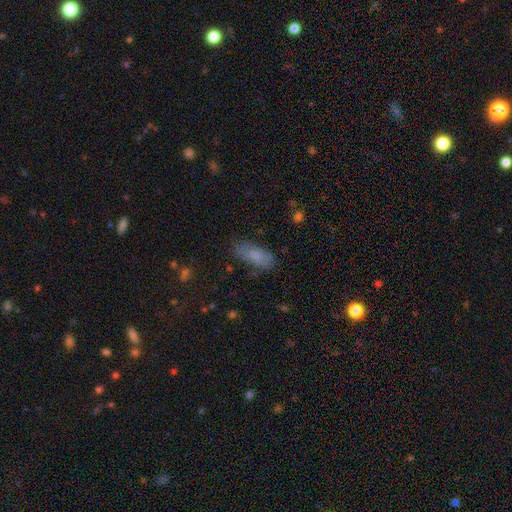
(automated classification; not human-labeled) smooth 74%, featured or disk 18%, star or artifact 9%. Down the decision tree: how rounded — in between (84%); merging — none (71%).